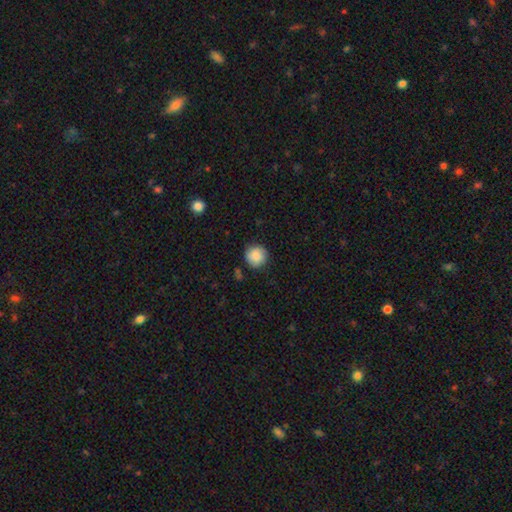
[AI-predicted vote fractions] Overall: smooth (80%). How rounded: round (93%). Merging: none (84%).